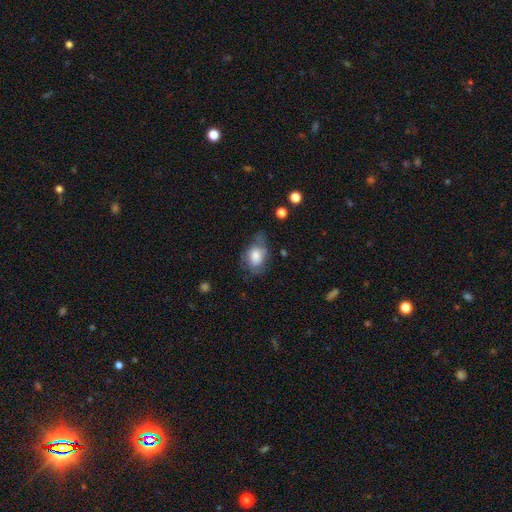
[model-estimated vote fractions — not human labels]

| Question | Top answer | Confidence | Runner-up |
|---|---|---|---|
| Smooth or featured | smooth | 67% | featured or disk (25%) |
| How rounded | in between | 79% | round (20%) |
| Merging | none | 45% | minor disturbance (33%) |